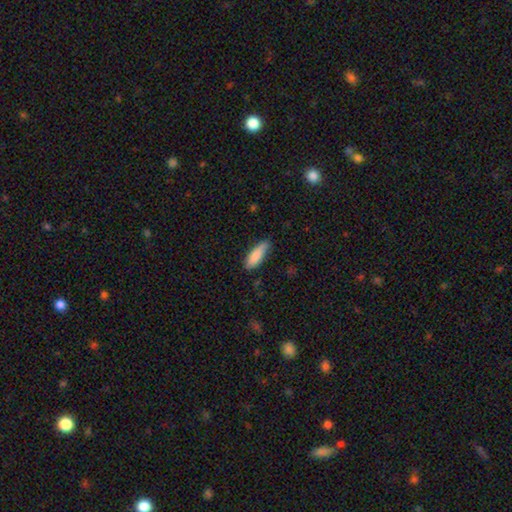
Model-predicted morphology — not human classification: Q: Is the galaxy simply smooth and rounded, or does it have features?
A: smooth — 85%.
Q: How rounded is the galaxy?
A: in between — 53%.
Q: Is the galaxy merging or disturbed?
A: none — 75%.